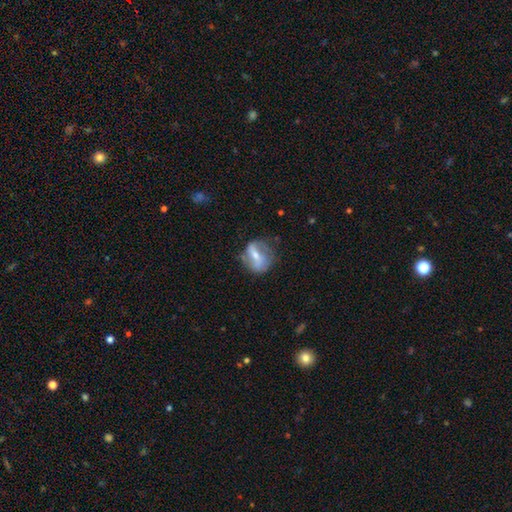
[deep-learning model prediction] Smooth or featured? featured or disk (55%)
Edge-on disk? no (93%)
Bar? strong (42%)
Spiral arms? yes (56%)
Bulge size? moderate (49%)
Merging? none (56%)